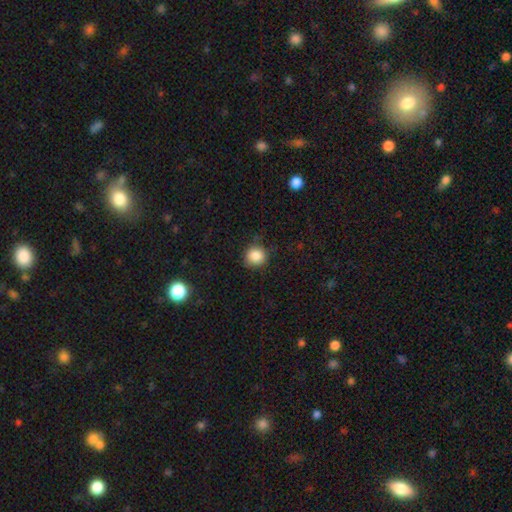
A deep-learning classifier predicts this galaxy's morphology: Q: Smooth or featured?
A: smooth (86%); runner-up: star or artifact (10%)
Q: How rounded?
A: round (87%); runner-up: in between (12%)
Q: Merging?
A: none (78%); runner-up: minor disturbance (17%)